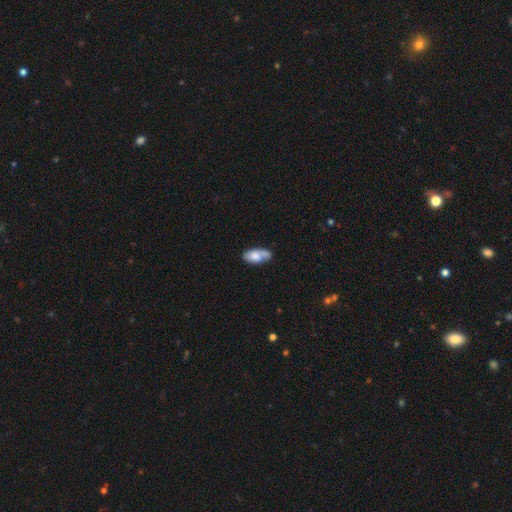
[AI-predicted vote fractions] Q: Smooth or featured?
A: smooth (71%); runner-up: featured or disk (22%)
Q: How rounded?
A: in between (88%); runner-up: cigar-shaped (9%)
Q: Merging?
A: none (50%); runner-up: minor disturbance (28%)